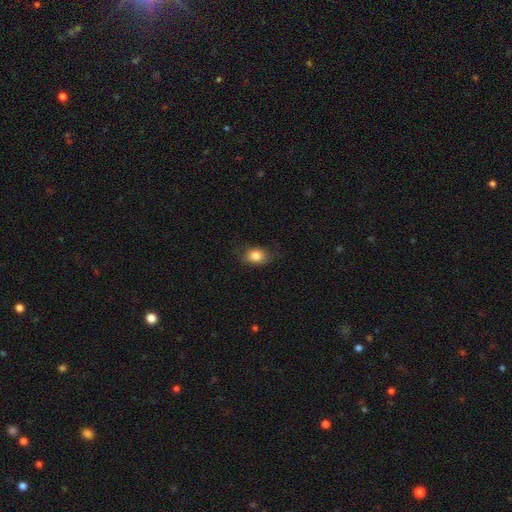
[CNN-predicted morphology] type=smooth (83%); roundness=in between (72%); merging=none (72%).